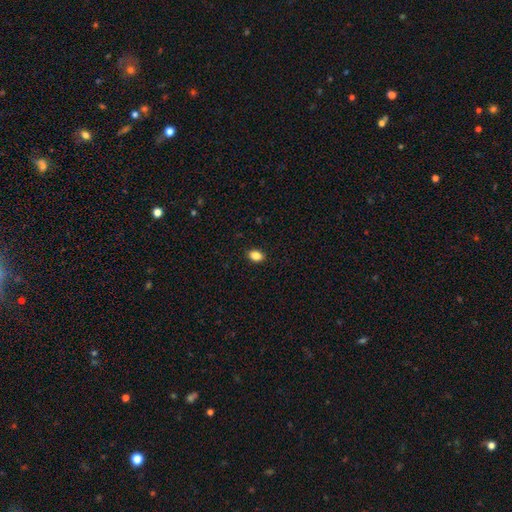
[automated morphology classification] type=smooth (87%); roundness=in between (79%); merging=none (90%).